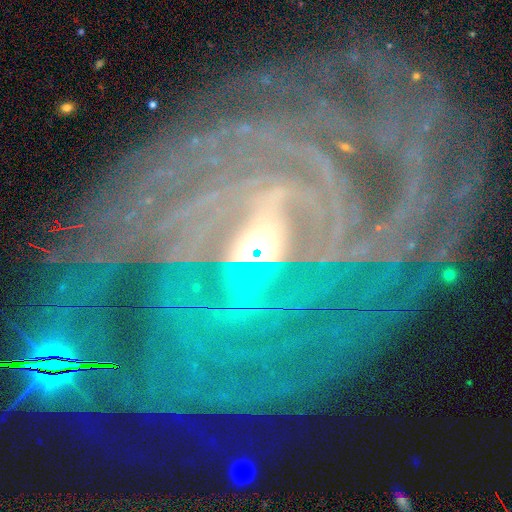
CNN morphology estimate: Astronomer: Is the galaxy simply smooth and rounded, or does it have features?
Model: featured or disk — 88%.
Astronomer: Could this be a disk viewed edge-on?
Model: no — 96%.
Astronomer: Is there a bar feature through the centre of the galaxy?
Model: strong — 42% (runner-up: weak, 35%).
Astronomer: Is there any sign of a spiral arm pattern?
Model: yes — 94%.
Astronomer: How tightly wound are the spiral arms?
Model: tight — 63%.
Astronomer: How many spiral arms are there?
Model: can't tell — 27% (runner-up: 2, 19%).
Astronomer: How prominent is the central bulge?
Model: small — 57% (runner-up: moderate, 33%).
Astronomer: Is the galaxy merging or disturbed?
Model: none — 53%.